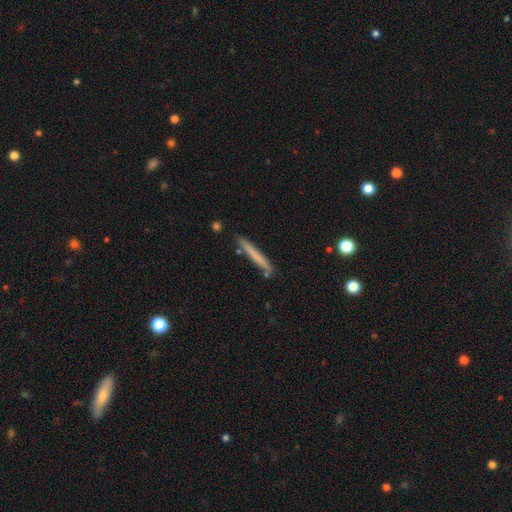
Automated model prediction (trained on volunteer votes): smooth-or-featured: smooth: 67% | featured or disk: 27% | star or artifact: 6%
  how-rounded: cigar-shaped: 96% | in between: 2% | round: 1%
  merging: none: 85% | minor disturbance: 10% | merger: 3% | major disturbance: 2%